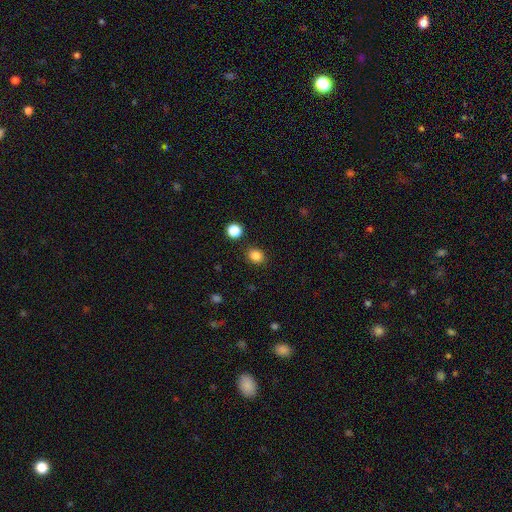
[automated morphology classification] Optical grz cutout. It shows a smooth galaxy with no disk features (85%) that is round (68%). Merging: none (86%).